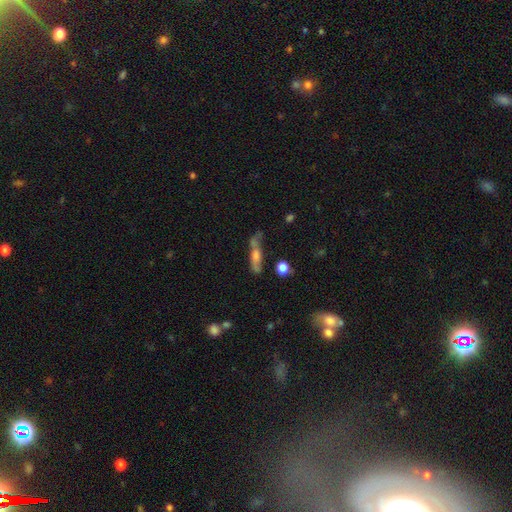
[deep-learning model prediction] Smooth or featured? Predicted: smooth (p=0.45). Merging? Predicted: none (p=0.49).